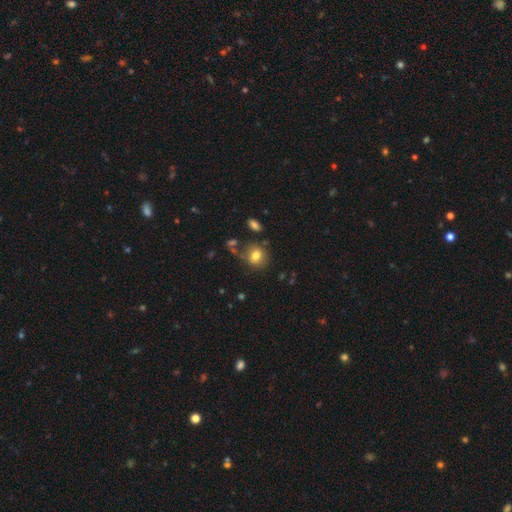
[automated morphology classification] This appears to be a smooth galaxy with no disk features (78%) that is round (72%). Merging: none (67%).